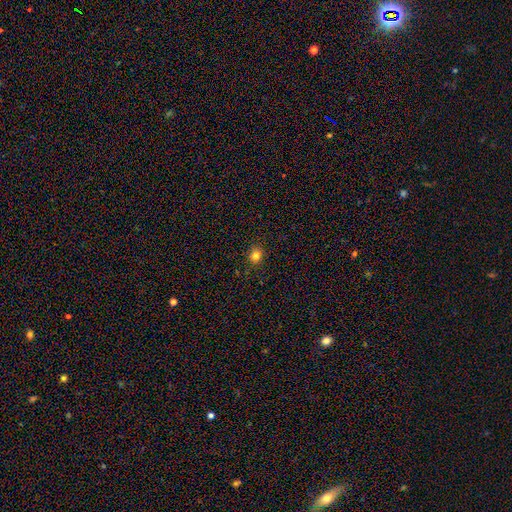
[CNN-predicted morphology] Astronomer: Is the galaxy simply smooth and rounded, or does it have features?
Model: smooth — 81%.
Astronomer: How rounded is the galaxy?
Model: round — 83%.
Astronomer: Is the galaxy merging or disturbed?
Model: none — 90%.